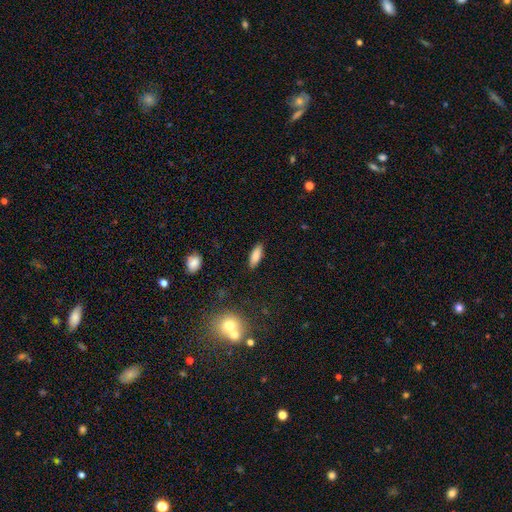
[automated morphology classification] smooth-or-featured: smooth: 83% | featured or disk: 9% | star or artifact: 8%
  how-rounded: in between: 61% | cigar-shaped: 36% | round: 2%
  merging: none: 87% | minor disturbance: 9% | major disturbance: 2% | merger: 1%